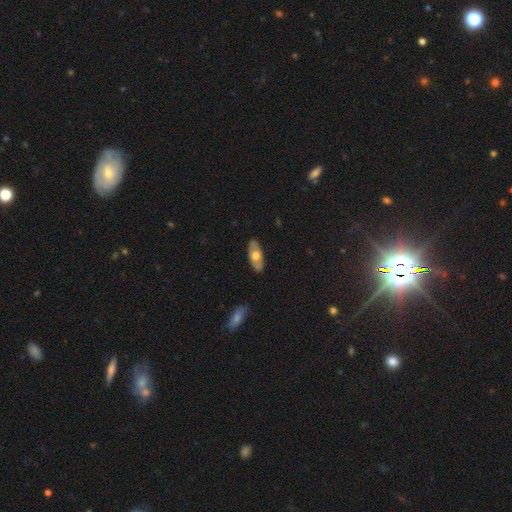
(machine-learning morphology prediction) This is possibly a smooth galaxy (52%). How rounded: clearly in between (84%). Merging: clearly none (86%).